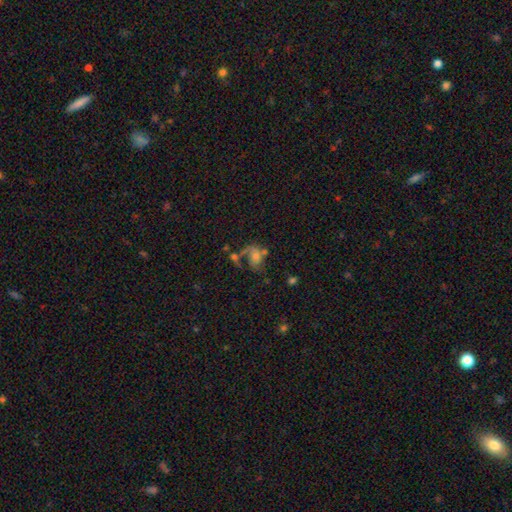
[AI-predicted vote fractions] Smooth or featured?
  - featured or disk: 50% *
  - smooth: 33%
  - star or artifact: 17%
Edge-on disk?
  - no: 97% *
  - yes: 3%
Merging?
  - major disturbance: 31% *
  - none: 29%
  - merger: 25%
  - minor disturbance: 16%